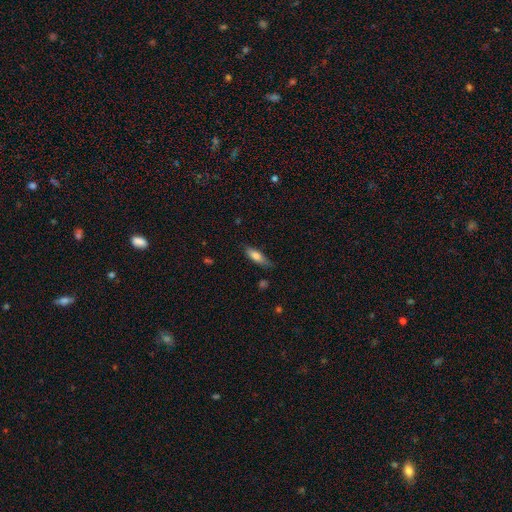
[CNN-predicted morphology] This appears to be a smooth galaxy with no disk features (70%) that is in between round and cigar-shaped (52%). Merging: none (70%).